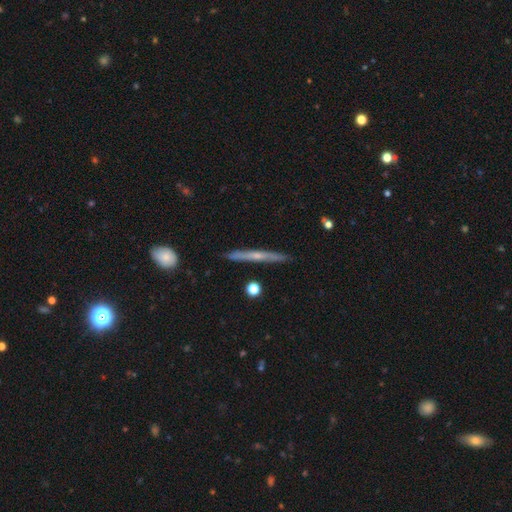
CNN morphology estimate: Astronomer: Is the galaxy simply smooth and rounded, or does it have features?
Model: featured or disk — 63%.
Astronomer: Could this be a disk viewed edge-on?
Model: yes — 96%.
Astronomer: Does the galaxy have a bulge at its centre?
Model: rounded — 51% (runner-up: none, 44%).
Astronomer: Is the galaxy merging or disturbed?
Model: none — 88%.